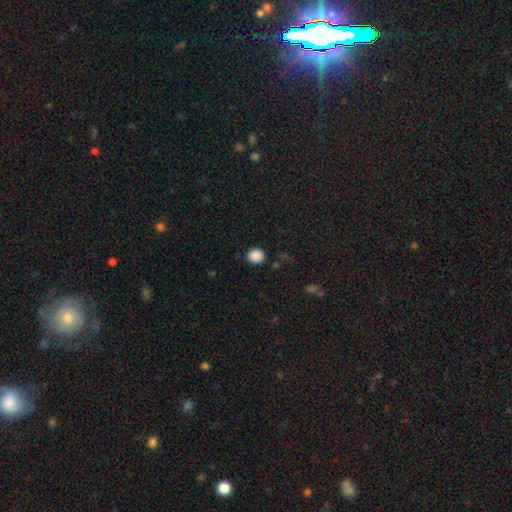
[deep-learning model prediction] Smooth or featured? smooth (88%)
How rounded? round (82%)
Merging? none (89%)